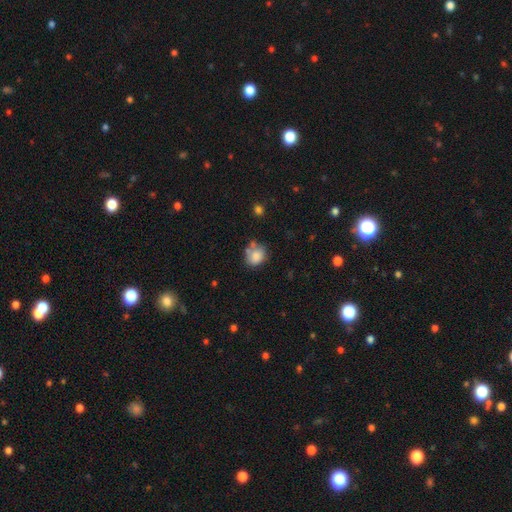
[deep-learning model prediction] Smooth or featured?
  - smooth: 80% *
  - featured or disk: 11%
  - star or artifact: 9%
How rounded?
  - round: 61% *
  - in between: 39%
  - cigar-shaped: 1%
Merging?
  - none: 53% *
  - minor disturbance: 23%
  - merger: 17%
  - major disturbance: 7%